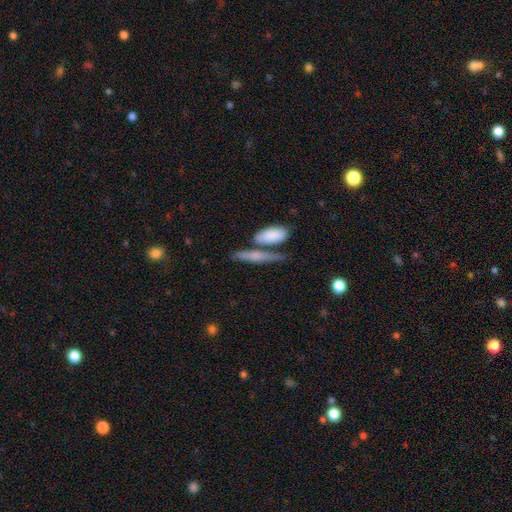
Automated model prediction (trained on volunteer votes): smooth_or_featured: smooth (p=0.55) [alt: featured or disk p=0.37]
how_rounded: cigar-shaped (p=0.67) [alt: in between p=0.28]
merging: none (p=0.56) [alt: merger p=0.26]